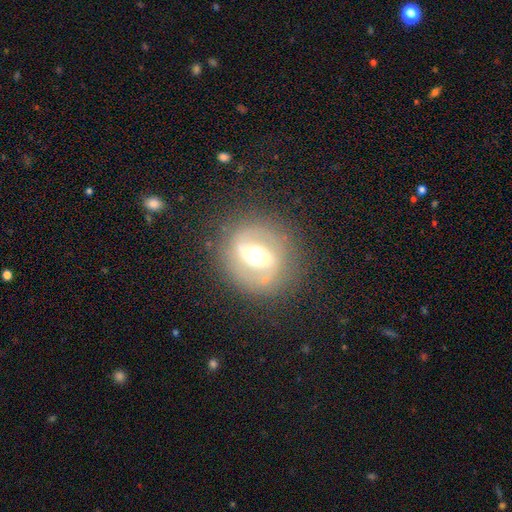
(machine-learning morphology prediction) featured or disk 78%, smooth 16%, star or artifact 7%. Down the decision tree: edge-on disk — no (96%); bar — strong (46%); spiral arms — yes (81%); spiral arm count — 2 (87%); spiral winding — medium (48%); bulge size — moderate (63%); merging — none (82%).